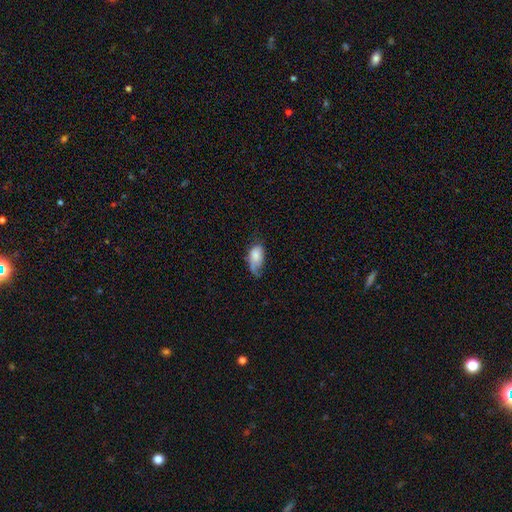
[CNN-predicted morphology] smooth_or_featured: smooth (p=0.75) [alt: featured or disk p=0.18]
how_rounded: in between (p=0.93) [alt: round p=0.04]
merging: minor disturbance (p=0.38) [alt: none p=0.31]